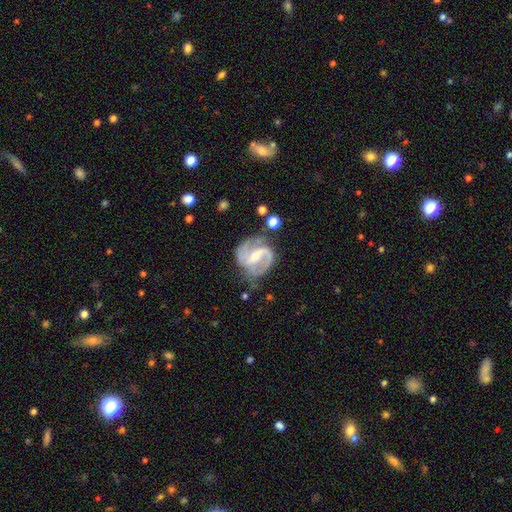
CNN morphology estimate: type=featured or disk (90%); edge-on=no (98%); bar=strong (45%); spiral arms=yes (97%); winding=medium (57%); arm count=2 (91%); bulge=small (51%); merging=none (71%).